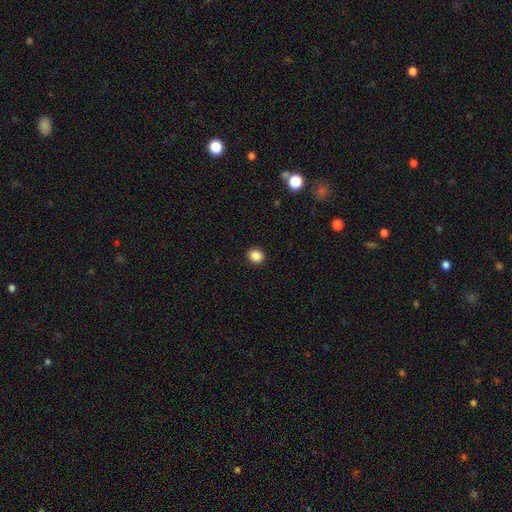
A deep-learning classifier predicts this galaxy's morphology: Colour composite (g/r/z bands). It shows a smooth galaxy with no disk features (87%) that is round (74%). Merging: none (92%).